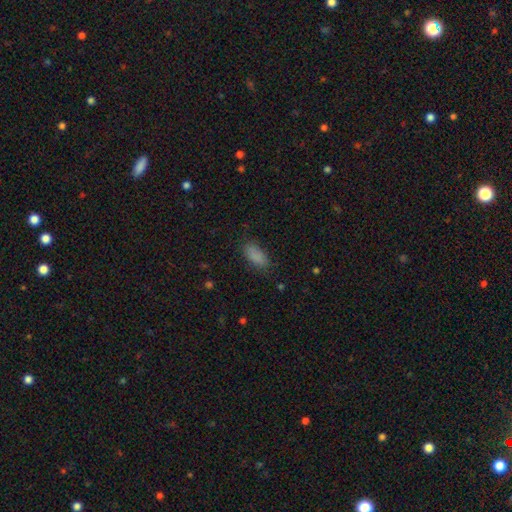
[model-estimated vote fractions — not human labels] Smooth or featured?
  - smooth: 86% *
  - star or artifact: 9%
  - featured or disk: 5%
How rounded?
  - in between: 87% *
  - cigar-shaped: 10%
  - round: 3%
Merging?
  - none: 79% *
  - minor disturbance: 15%
  - major disturbance: 4%
  - merger: 1%